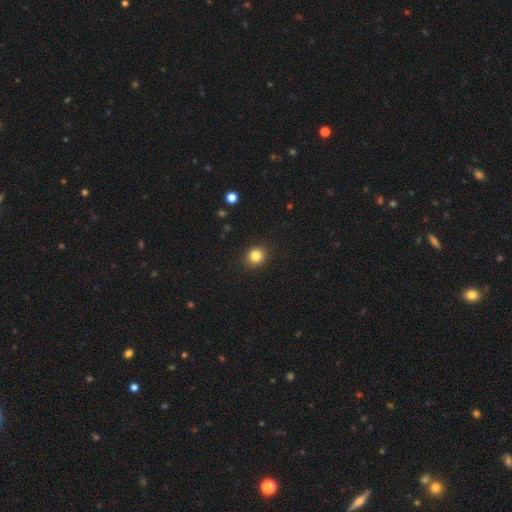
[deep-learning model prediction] smooth-or-featured: smooth: 83% | star or artifact: 11% | featured or disk: 5%
  how-rounded: round: 83% | in between: 16% | cigar-shaped: 1%
  merging: none: 90% | minor disturbance: 7% | major disturbance: 2% | merger: 1%